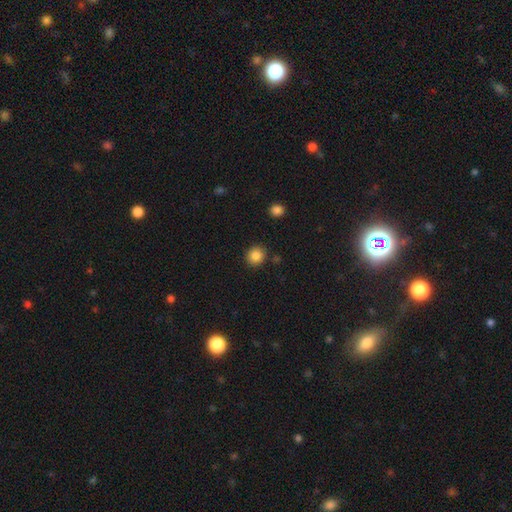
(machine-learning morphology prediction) Q: Smooth or featured?
A: smooth (86%); runner-up: star or artifact (10%)
Q: How rounded?
A: round (87%); runner-up: in between (12%)
Q: Merging?
A: none (87%); runner-up: minor disturbance (7%)